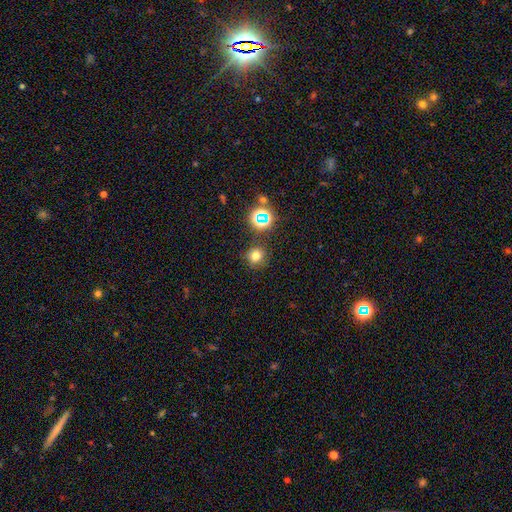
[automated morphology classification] Smooth or featured: smooth — 71% (star or artifact — 22%)
How rounded: round — 89% (in between — 10%)
Merging: none — 85% (minor disturbance — 8%)